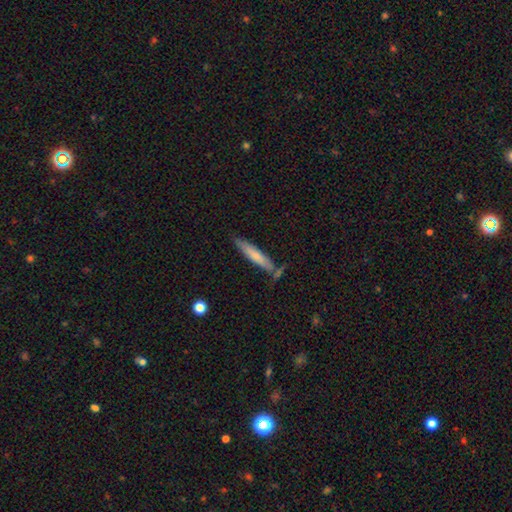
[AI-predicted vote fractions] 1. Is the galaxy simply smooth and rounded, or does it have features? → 67% smooth, 27% featured or disk, 6% star or artifact.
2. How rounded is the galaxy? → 89% cigar-shaped, 10% in between, 1% round.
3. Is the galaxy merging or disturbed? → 71% none, 16% minor disturbance, 9% merger, 3% major disturbance.